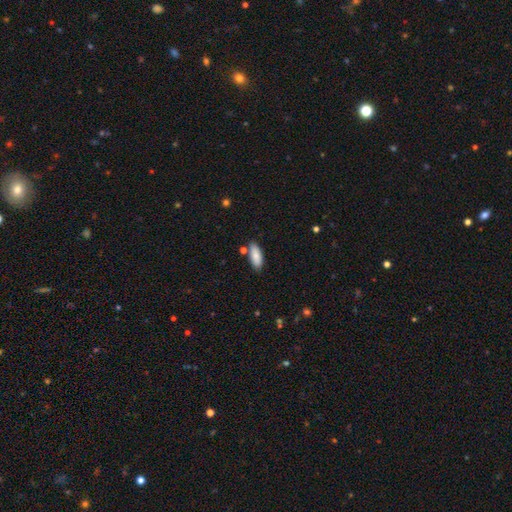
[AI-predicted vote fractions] smooth 86%, featured or disk 8%, star or artifact 6%. Down the decision tree: how rounded — in between (78%); merging — none (80%).